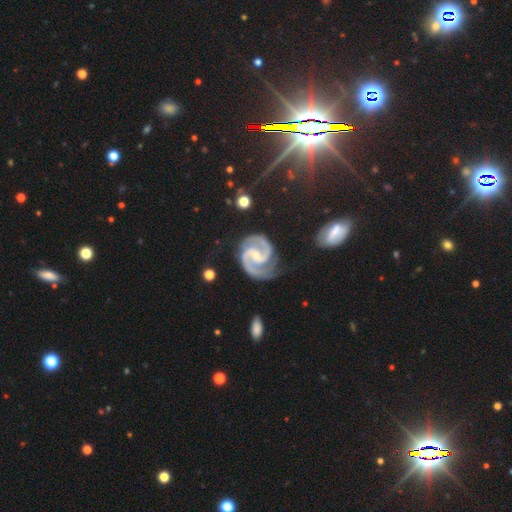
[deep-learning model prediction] This appears to be a featured or disk galaxy (94%) with a weak bar (50%), 2 (94%) medium (62%) spiral arms (99%) and a small central bulge (61%). Merging: none (74%).